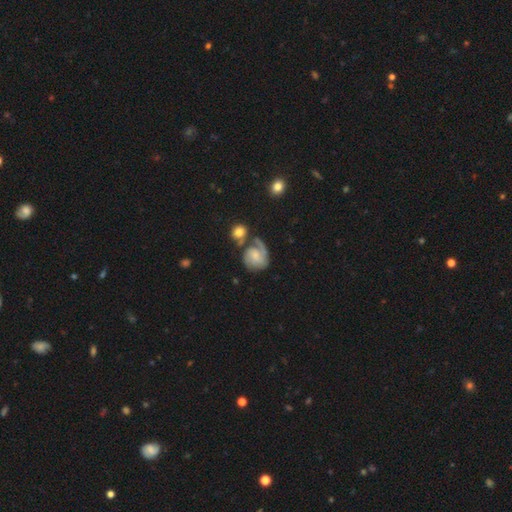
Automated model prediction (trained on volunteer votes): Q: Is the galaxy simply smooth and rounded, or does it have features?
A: featured or disk — 68%.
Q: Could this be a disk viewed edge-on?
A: no — 98%.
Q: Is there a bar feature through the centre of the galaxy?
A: no — 56%.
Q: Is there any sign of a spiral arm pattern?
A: yes — 91%.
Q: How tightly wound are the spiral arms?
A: tight — 42%.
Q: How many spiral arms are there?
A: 2 — 42%.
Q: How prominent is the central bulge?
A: small — 38%.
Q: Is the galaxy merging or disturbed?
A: none — 47%.